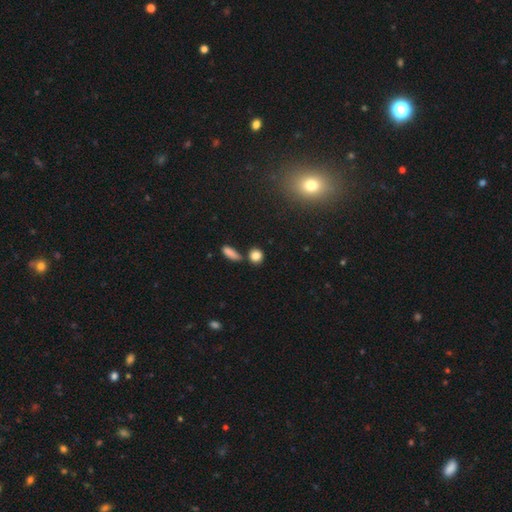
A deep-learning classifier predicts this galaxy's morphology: This is clearly a smooth galaxy (83%). How rounded: likely round (79%). Merging: likely none (74%).